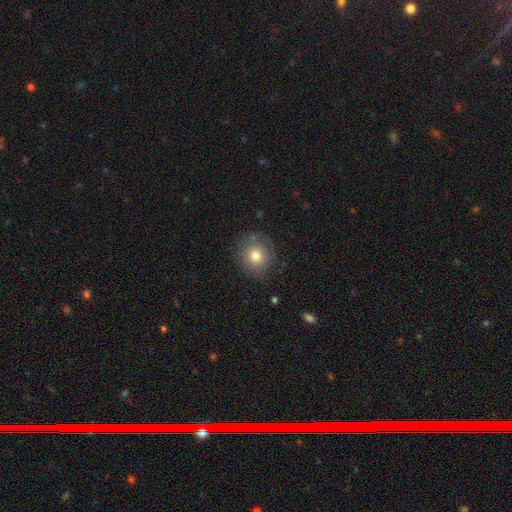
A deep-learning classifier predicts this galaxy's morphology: A smooth galaxy with no disk features (77%) that is round (88%).

Vote fractions:
- Smooth or featured? smooth: 77% / featured or disk: 13% / star or artifact: 11%
- How rounded? round: 88% / in between: 12% / cigar-shaped: 1%
- Merging? none: 82% / minor disturbance: 12% / major disturbance: 4% / merger: 2%